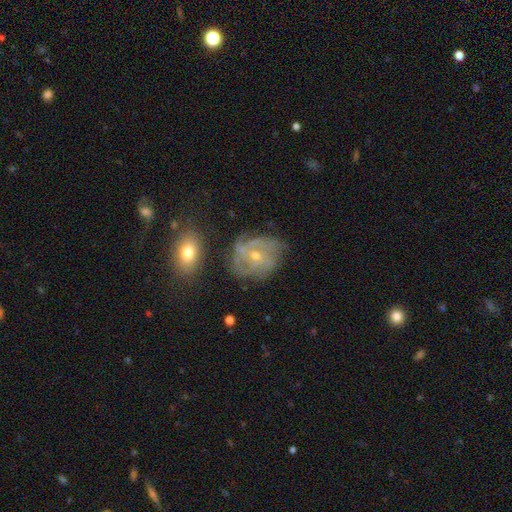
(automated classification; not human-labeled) Smooth or featured?
  - featured or disk: 76% *
  - smooth: 14%
  - star or artifact: 9%
Edge-on disk?
  - no: 97% *
  - yes: 3%
Bar?
  - no: 67% *
  - weak: 27%
  - strong: 6%
Spiral arms?
  - yes: 88% *
  - no: 12%
Spiral winding?
  - tight: 55% *
  - medium: 34%
  - loose: 11%
Spiral arm count?
  - can't tell: 34% *
  - 3: 28%
  - 2: 17%
  - 4: 11%
  - 1: 5%
  - more than 4: 5%
Bulge size?
  - small: 63% *
  - moderate: 33%
  - none: 1%
  - large: 1%
  - dominant: 1%
Merging?
  - none: 61% *
  - minor disturbance: 23%
  - major disturbance: 11%
  - merger: 5%